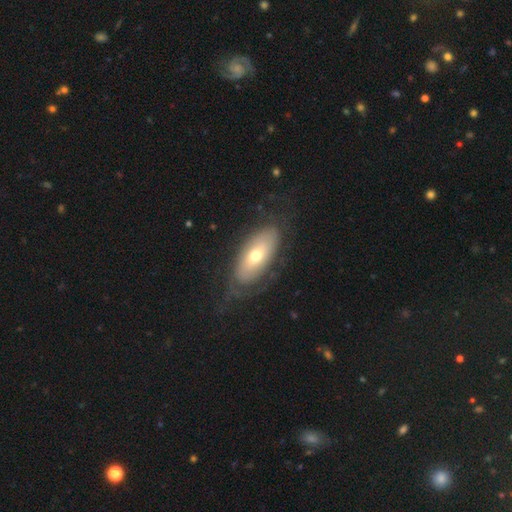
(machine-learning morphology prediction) Overall: smooth (48%; featured or disk 46%). Merging: none (65%).